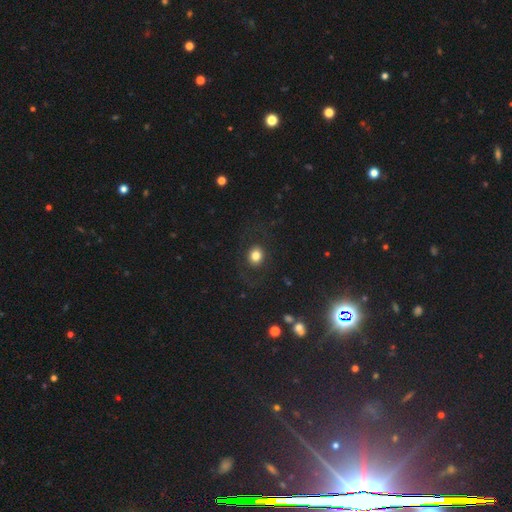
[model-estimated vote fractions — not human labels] smooth_or_featured: smooth (p=0.76) [alt: featured or disk p=0.13]
how_rounded: round (p=0.69) [alt: in between p=0.30]
merging: none (p=0.82) [alt: minor disturbance p=0.09]